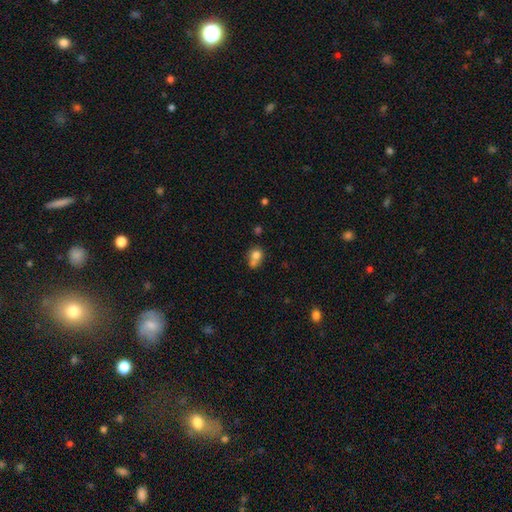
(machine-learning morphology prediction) This appears to be a smooth galaxy with no disk features (75%) that is round (62%). Merging: merger (51%).